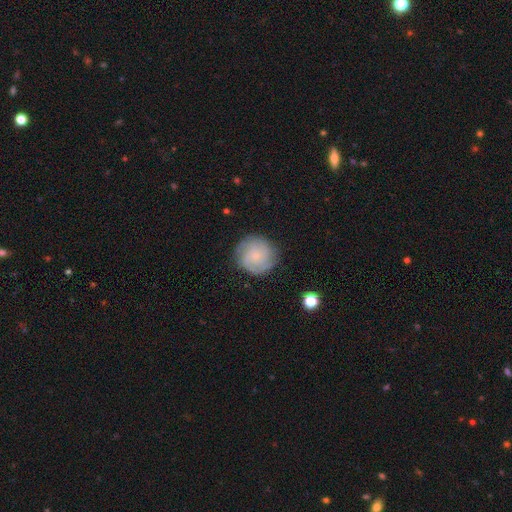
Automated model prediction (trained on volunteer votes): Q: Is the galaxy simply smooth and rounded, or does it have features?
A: featured or disk — 68%.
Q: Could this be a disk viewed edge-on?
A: no — 98%.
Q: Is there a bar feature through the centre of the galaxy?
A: no — 78%.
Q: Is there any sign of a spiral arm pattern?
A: yes — 93%.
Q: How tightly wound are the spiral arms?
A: tight — 68%.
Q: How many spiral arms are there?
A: can't tell — 28%.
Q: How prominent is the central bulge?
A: small — 81%.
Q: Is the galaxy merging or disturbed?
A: none — 82%.